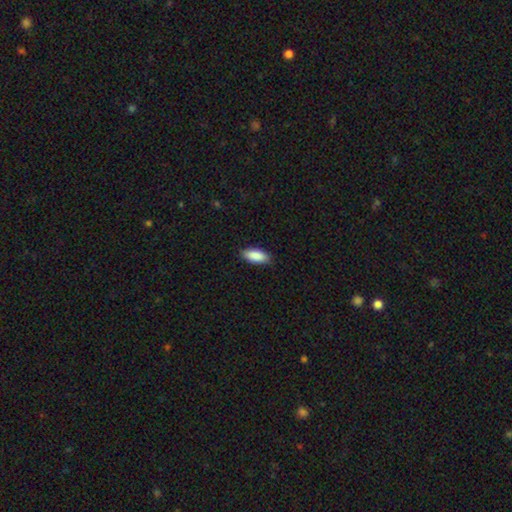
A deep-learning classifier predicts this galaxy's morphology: type=smooth (89%); roundness=in between (84%); merging=none (88%).